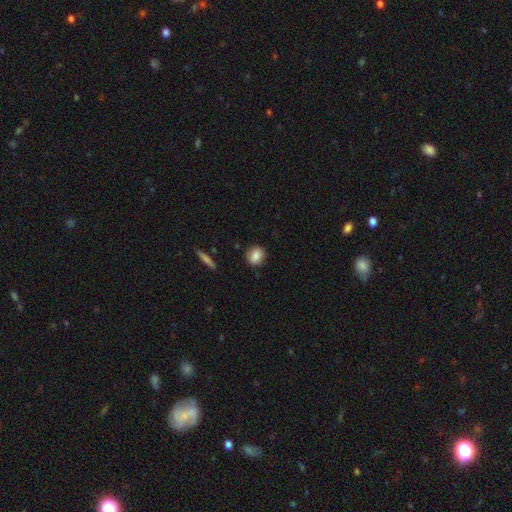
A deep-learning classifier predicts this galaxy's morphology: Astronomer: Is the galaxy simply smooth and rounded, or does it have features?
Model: smooth — 84%.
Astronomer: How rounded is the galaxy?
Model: round — 73%.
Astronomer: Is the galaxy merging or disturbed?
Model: none — 87%.